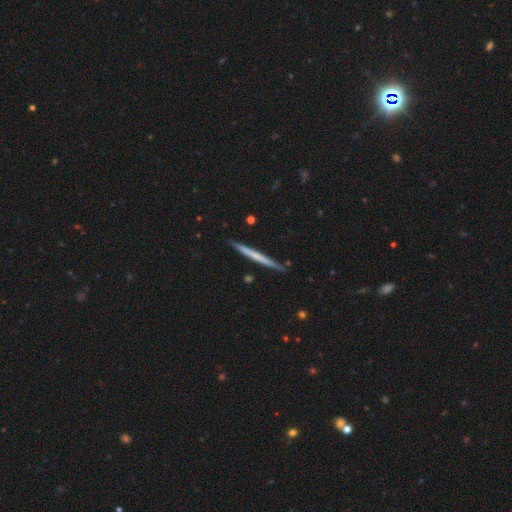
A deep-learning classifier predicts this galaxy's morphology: Smooth or featured: featured or disk — 50% (smooth — 45%)
Merging: none — 89% (minor disturbance — 9%)